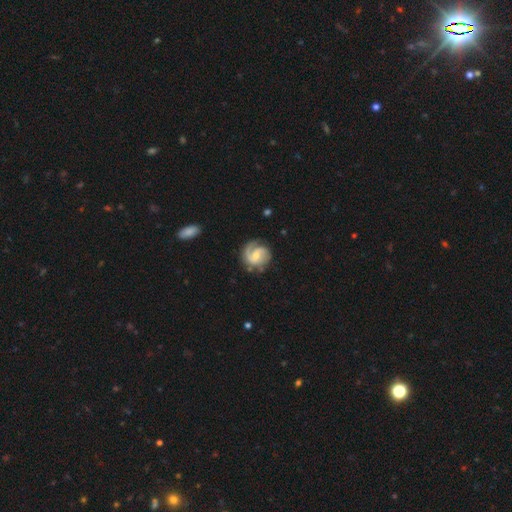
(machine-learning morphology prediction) type=featured or disk (82%); edge-on=no (98%); bar=weak (49%); spiral arms=yes (96%); winding=medium (43%); arm count=2 (64%); bulge=small (49%); merging=none (71%).